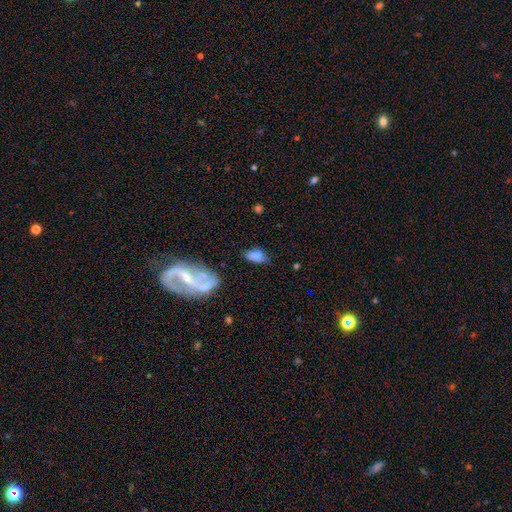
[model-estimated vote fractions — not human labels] This appears to be a smooth galaxy with no disk features (72%) that is in between round and cigar-shaped (90%). Merging: none (54%).